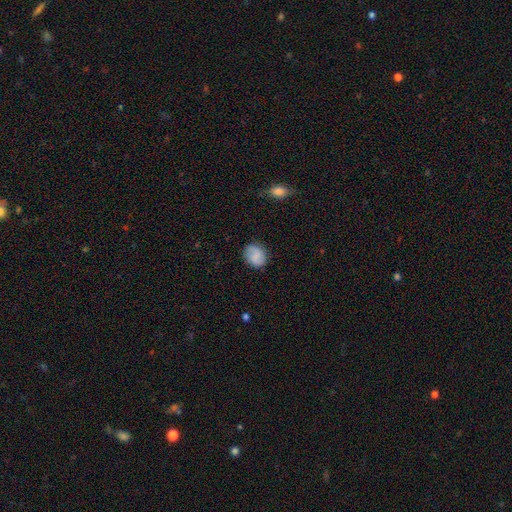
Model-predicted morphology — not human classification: Smooth or featured: smooth — 62% (featured or disk — 30%)
How rounded: round — 63% (in between — 36%)
Merging: none — 82% (minor disturbance — 13%)